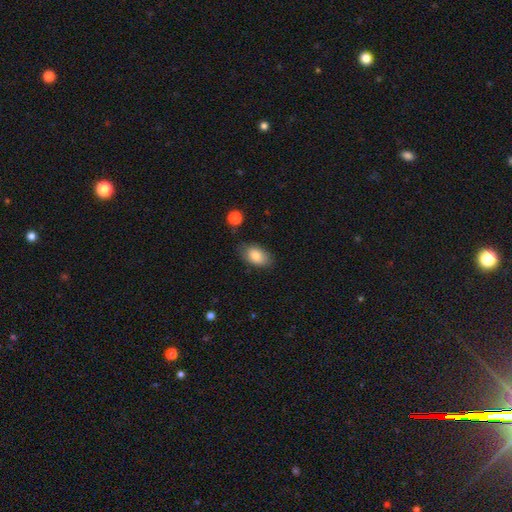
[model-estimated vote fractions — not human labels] smooth_or_featured: smooth (p=0.84) [alt: featured or disk p=0.09]
how_rounded: in between (p=0.92) [alt: round p=0.06]
merging: none (p=0.75) [alt: minor disturbance p=0.18]